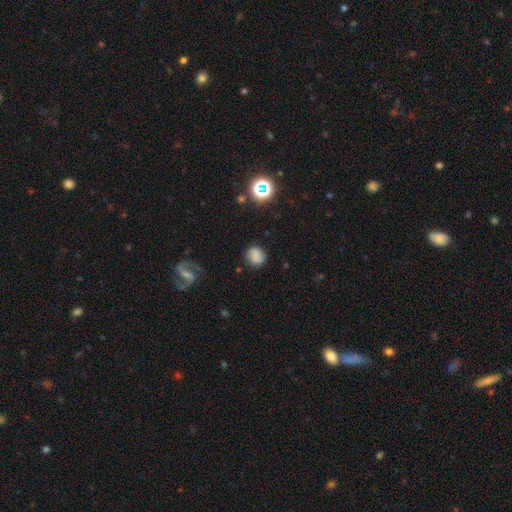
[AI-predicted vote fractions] Smooth or featured? Predicted: smooth (p=0.74). How rounded? Predicted: round (p=0.75). Merging? Predicted: none (p=0.77).